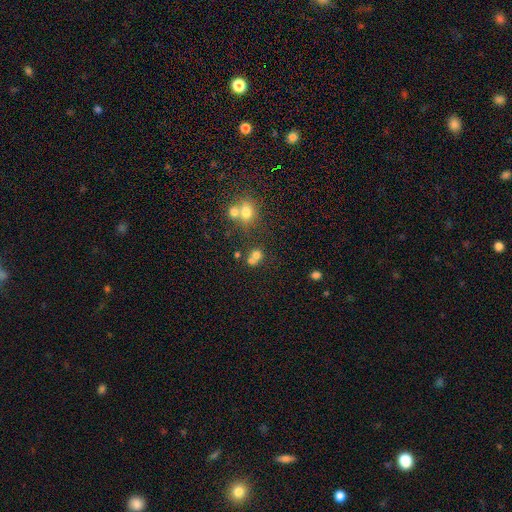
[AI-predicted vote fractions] Overall: smooth (69%). How rounded: round (76%). Merging: merger (43%, tied with none).